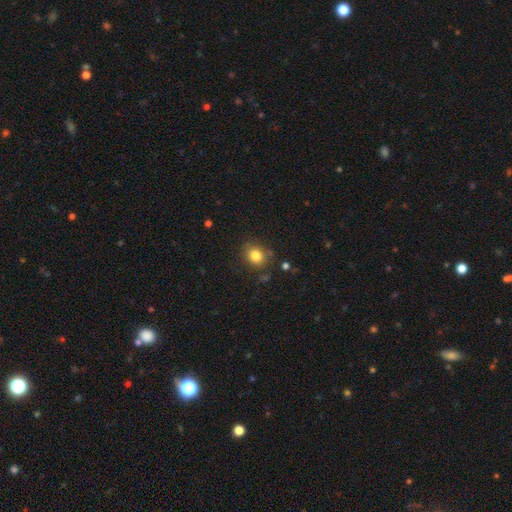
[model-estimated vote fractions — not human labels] Overall: smooth (82%). How rounded: round (71%). Merging: none (80%).